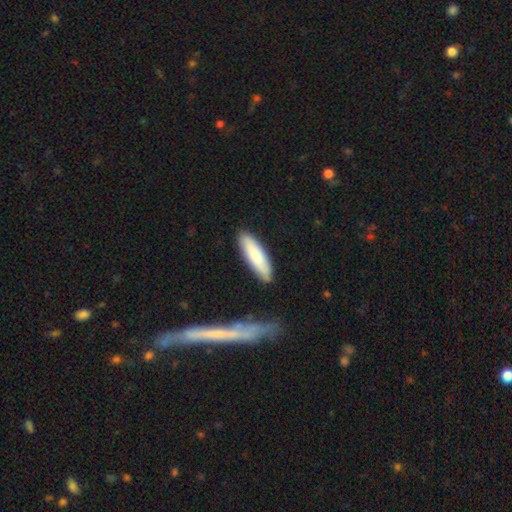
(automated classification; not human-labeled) A smooth galaxy with no disk features (81%) that is cigar-shaped (62%). Merging: none (84%).